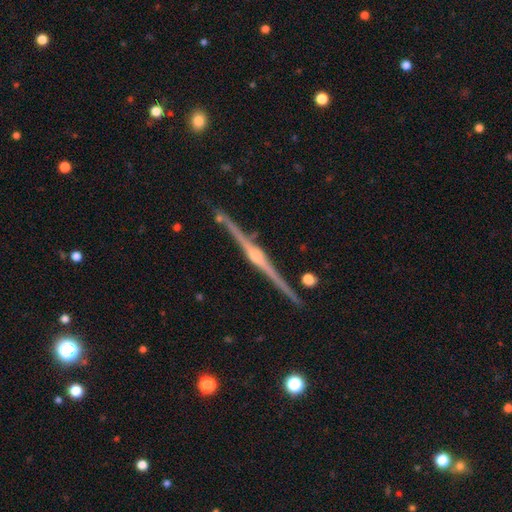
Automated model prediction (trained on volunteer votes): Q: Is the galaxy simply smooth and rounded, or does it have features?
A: featured or disk — 90%.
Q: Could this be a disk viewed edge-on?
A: yes — 99%.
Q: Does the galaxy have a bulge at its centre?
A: rounded — 86%.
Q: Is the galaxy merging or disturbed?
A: none — 91%.